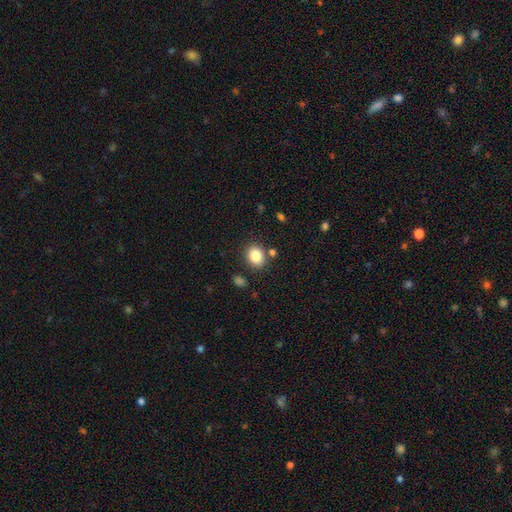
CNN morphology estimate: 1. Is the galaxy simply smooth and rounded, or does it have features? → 85% smooth, 10% star or artifact, 5% featured or disk.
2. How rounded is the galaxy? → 56% round, 43% in between, 1% cigar-shaped.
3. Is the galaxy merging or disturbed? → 81% none, 10% minor disturbance, 6% merger, 3% major disturbance.